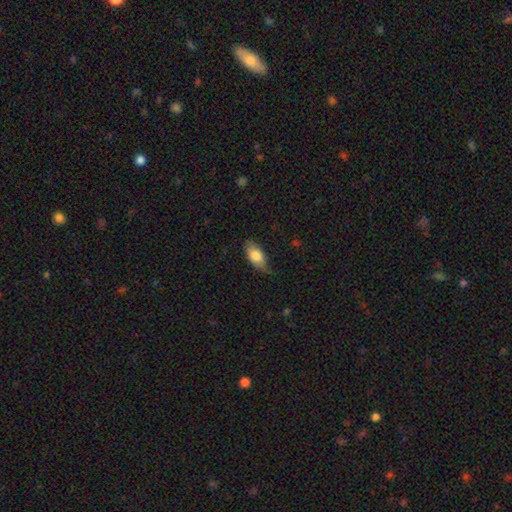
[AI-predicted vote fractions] Morphology: type=smooth (79%); roundness=in between (90%); merging=none (73%).